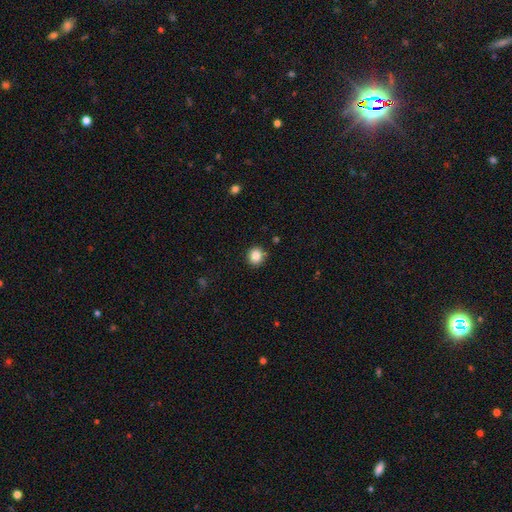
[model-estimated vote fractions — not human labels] A smooth galaxy with no disk features (86%) that is round (90%). Merging: none (88%).